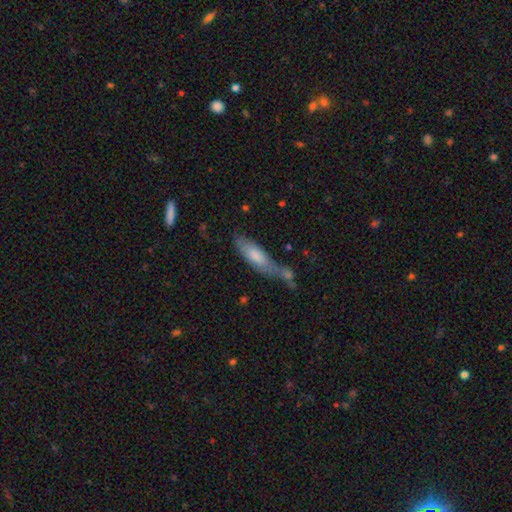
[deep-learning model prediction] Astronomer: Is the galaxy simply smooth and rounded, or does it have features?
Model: smooth — 69%.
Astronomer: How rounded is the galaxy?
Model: cigar-shaped — 50% (runner-up: in between, 49%).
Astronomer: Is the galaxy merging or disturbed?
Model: none — 31% (runner-up: merger, 30%).